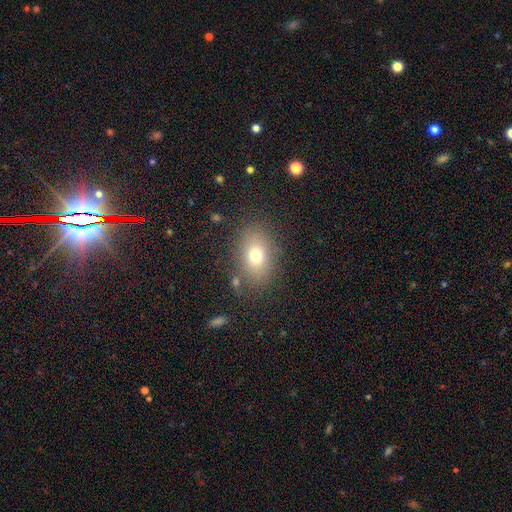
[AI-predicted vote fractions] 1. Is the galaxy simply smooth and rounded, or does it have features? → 73% smooth, 15% featured or disk, 12% star or artifact.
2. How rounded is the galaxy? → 78% in between, 20% round, 1% cigar-shaped.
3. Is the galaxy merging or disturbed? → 80% none, 12% minor disturbance, 5% major disturbance, 3% merger.